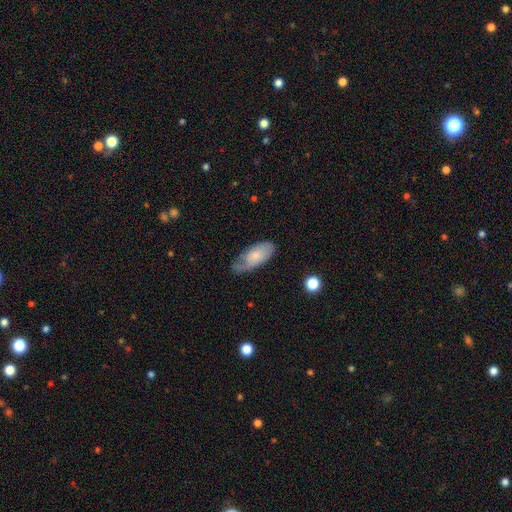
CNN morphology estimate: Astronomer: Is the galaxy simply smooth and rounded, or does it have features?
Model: smooth — 58% (runner-up: featured or disk, 35%).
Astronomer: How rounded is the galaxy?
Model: in between — 88%.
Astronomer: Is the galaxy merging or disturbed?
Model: none — 52% (runner-up: minor disturbance, 33%).